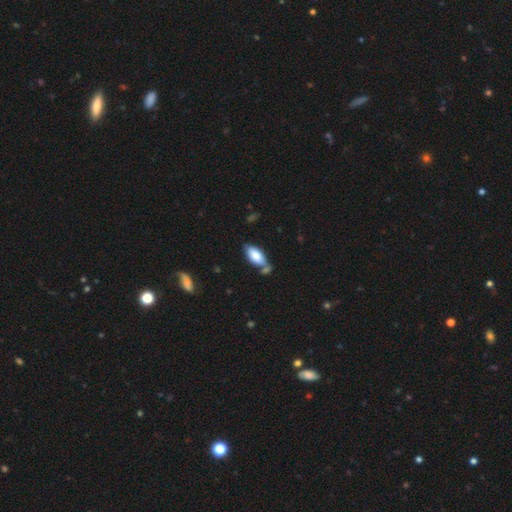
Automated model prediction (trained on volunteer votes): Q: Smooth or featured?
A: smooth (77%); runner-up: featured or disk (17%)
Q: How rounded?
A: in between (90%); runner-up: cigar-shaped (8%)
Q: Merging?
A: none (57%); runner-up: merger (20%)